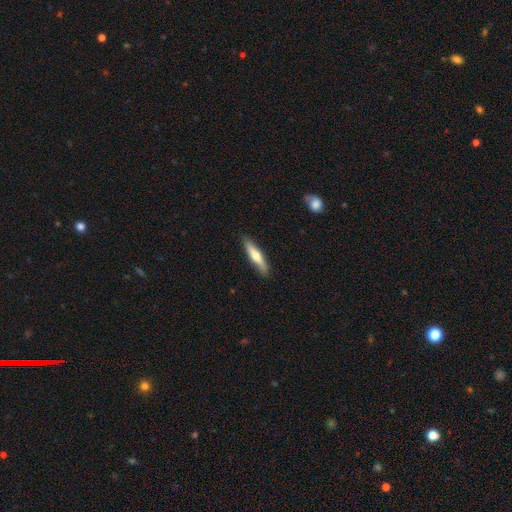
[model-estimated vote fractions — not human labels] smooth-or-featured: smooth: 54% | featured or disk: 41% | star or artifact: 5%
  how-rounded: cigar-shaped: 83% | in between: 15% | round: 2%
  merging: none: 88% | minor disturbance: 9% | major disturbance: 2% | merger: 1%